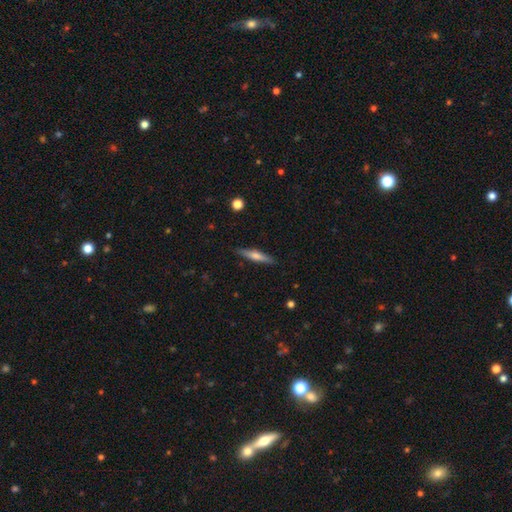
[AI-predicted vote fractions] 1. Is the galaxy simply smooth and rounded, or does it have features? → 49% smooth, 44% featured or disk, 6% star or artifact.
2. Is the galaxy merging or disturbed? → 89% none, 8% minor disturbance, 2% major disturbance, 1% merger.